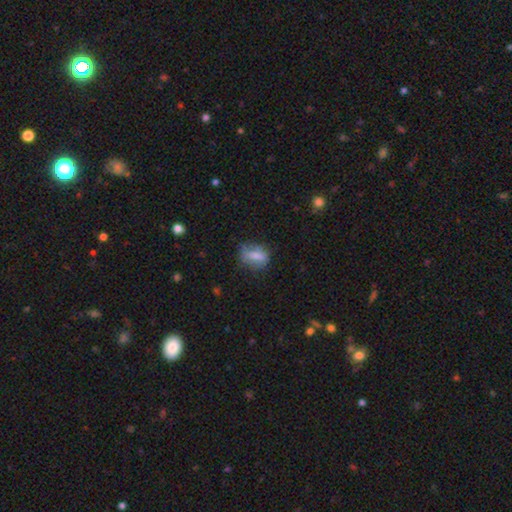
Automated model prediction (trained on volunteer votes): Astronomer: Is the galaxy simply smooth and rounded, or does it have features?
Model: smooth — 67%.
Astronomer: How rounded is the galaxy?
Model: in between — 67%.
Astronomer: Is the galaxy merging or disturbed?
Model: none — 64%.